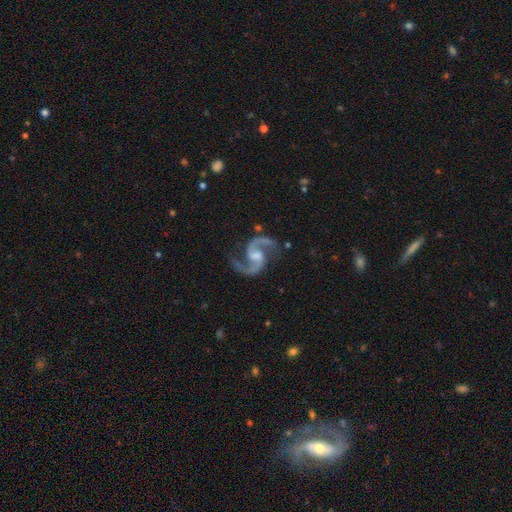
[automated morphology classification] featured or disk 94%, star or artifact 4%, smooth 2%. Down the decision tree: edge-on disk — no (98%); bar — weak (51%); spiral arms — yes (99%); spiral arm count — 2 (95%); spiral winding — medium (61%); bulge size — moderate (40%); merging — none (79%).